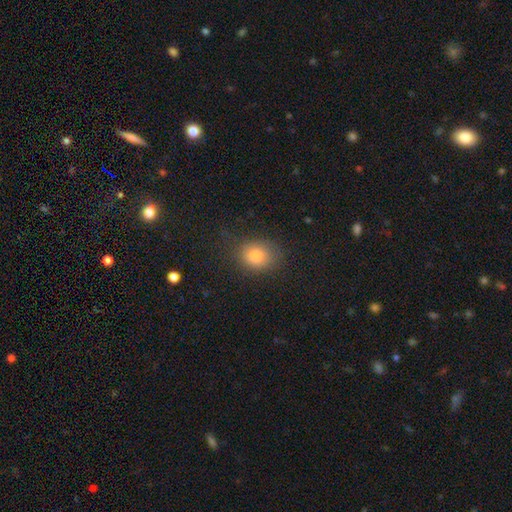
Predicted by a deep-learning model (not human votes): A smooth galaxy with no disk features (80%) that is round (58%). Merging: none (75%).